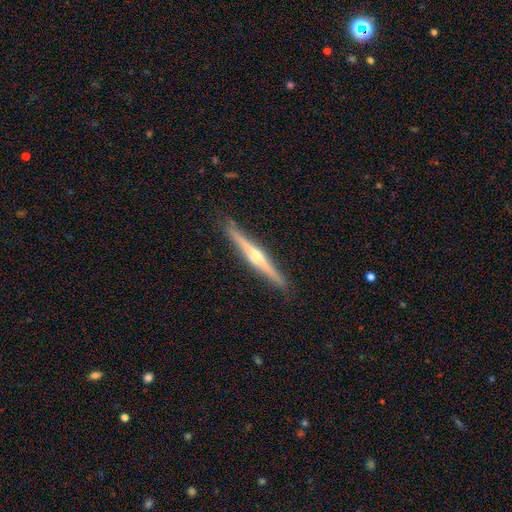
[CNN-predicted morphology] Overall: featured or disk (79%). Edge-on disk: yes (98%). Edge-on bulge: rounded (89%). Merging: none (92%).